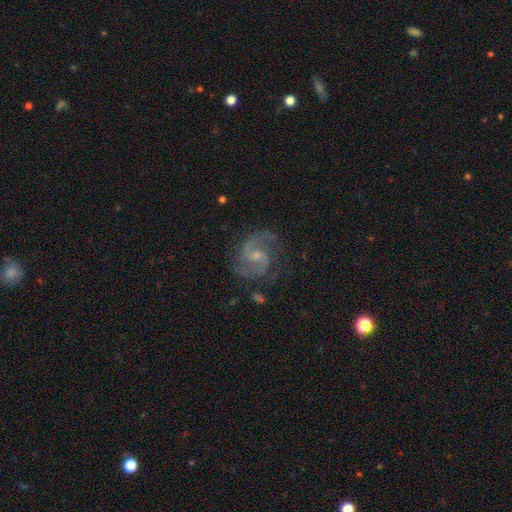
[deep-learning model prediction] Smooth or featured: featured or disk — 90% (star or artifact — 5%)
Edge-on disk: no — 98% (yes — 2%)
Bar: weak — 52% (no — 39%)
Spiral arms: yes — 98% (no — 2%)
Spiral winding: medium — 62% (loose — 21%)
Spiral arm count: 2 — 92% (can't tell — 3%)
Bulge size: small — 64% (moderate — 27%)
Merging: none — 76% (minor disturbance — 16%)